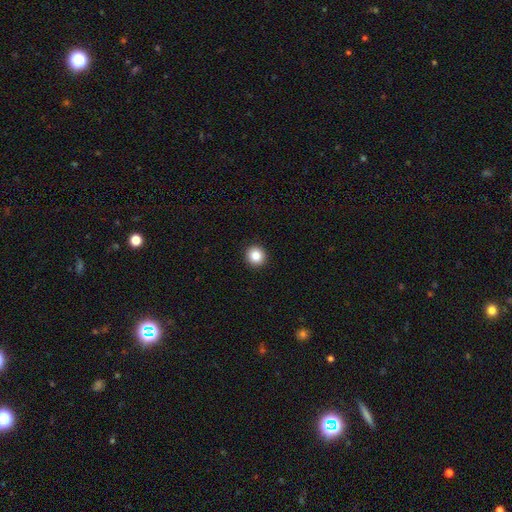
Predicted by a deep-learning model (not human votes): Smooth or featured? Predicted: smooth (p=0.86). How rounded? Predicted: round (p=0.93). Merging? Predicted: none (p=0.93).